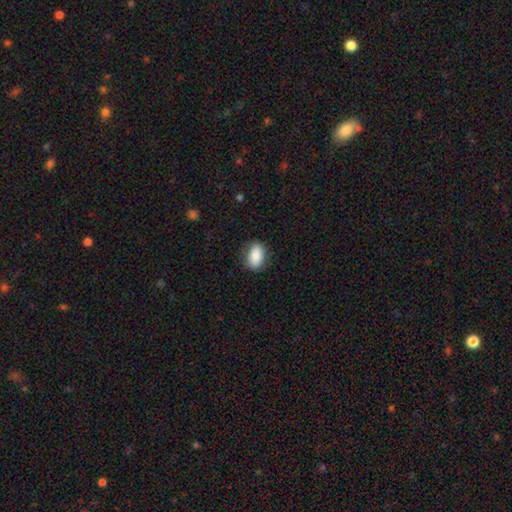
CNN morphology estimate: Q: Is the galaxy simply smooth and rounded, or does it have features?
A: smooth — 85%.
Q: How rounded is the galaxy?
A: in between — 85%.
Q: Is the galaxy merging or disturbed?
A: none — 81%.